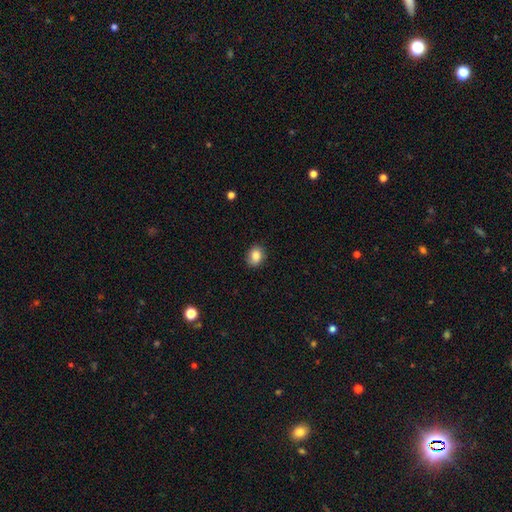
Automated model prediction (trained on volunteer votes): smooth-or-featured: smooth: 84% | star or artifact: 9% | featured or disk: 7%
  how-rounded: in between: 56% | round: 43% | cigar-shaped: 1%
  merging: none: 82% | minor disturbance: 14% | major disturbance: 3% | merger: 1%